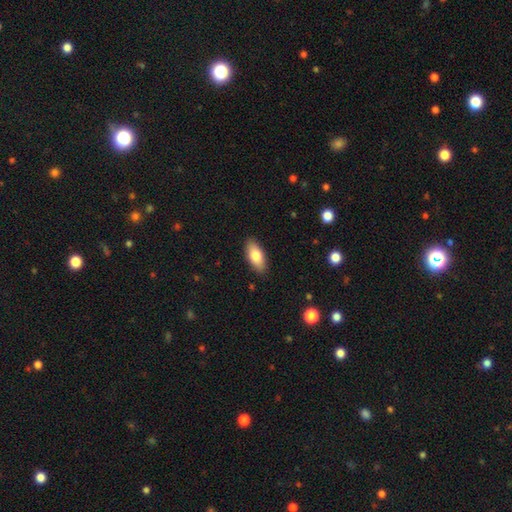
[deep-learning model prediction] This appears to be a smooth galaxy with no disk features (79%) that is in between round and cigar-shaped (86%). Merging: none (88%).